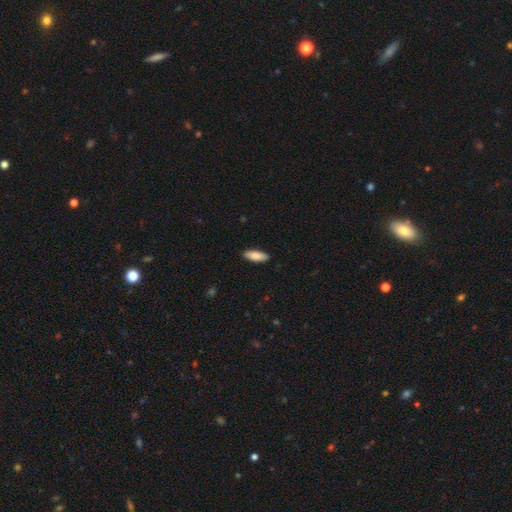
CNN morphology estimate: The model was most divided on "how rounded": in between: 69%, cigar-shaped: 29%, round: 2%. More confident: merging — none (89%); smooth or featured — smooth (85%).